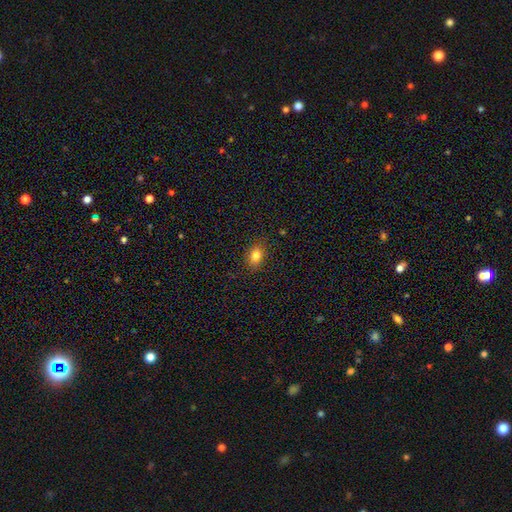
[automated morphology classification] A smooth galaxy with no disk features (82%) that is in between round and cigar-shaped (69%). Merging: none (85%).